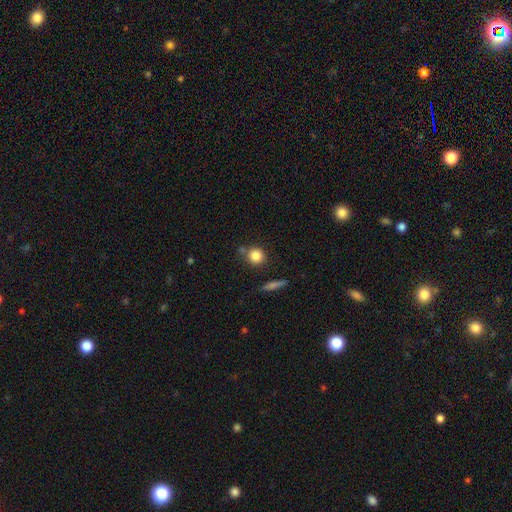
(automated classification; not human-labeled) Smooth or featured? Predicted: smooth (p=0.83). How rounded? Predicted: round (p=0.87). Merging? Predicted: none (p=0.72).